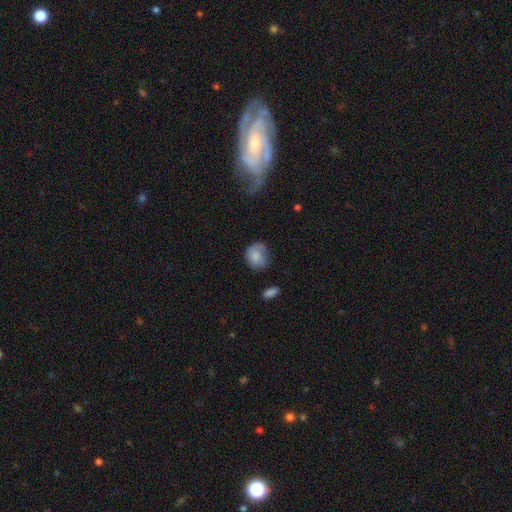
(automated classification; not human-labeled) A smooth galaxy with no disk features (78%) that is round (60%). Merging: none (50%).